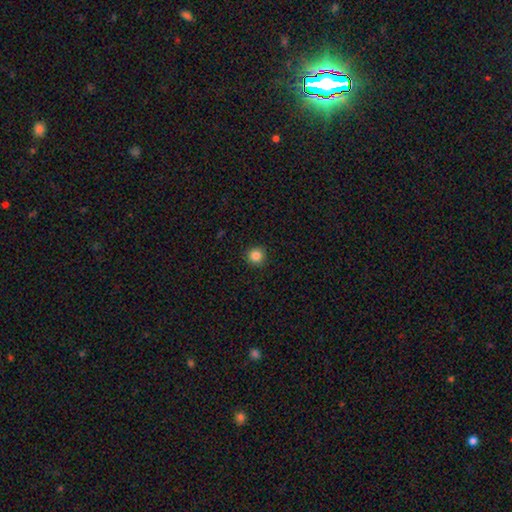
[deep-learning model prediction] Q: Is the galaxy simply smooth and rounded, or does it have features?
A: smooth — 86%.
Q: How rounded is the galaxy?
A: round — 95%.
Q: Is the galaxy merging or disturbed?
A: none — 93%.